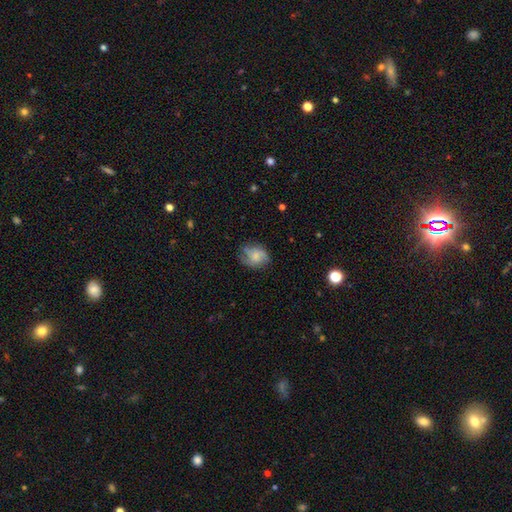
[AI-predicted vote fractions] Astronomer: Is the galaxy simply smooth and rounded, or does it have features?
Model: smooth — 51% (runner-up: featured or disk, 39%).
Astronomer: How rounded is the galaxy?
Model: in between — 57% (runner-up: round, 41%).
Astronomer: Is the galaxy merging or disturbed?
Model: none — 56%.